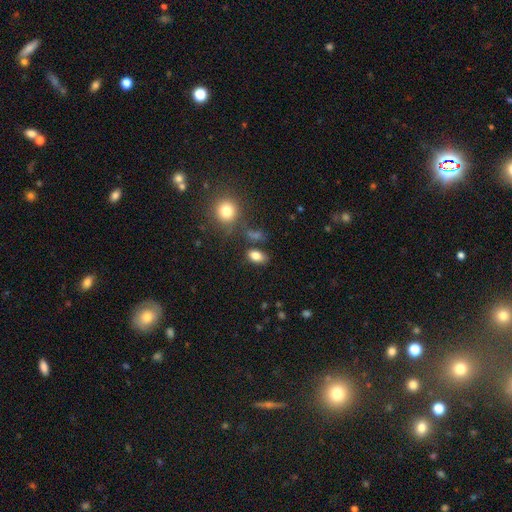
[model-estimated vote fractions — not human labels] The model was most divided on "merging": none: 75%, minor disturbance: 13%, merger: 7%, major disturbance: 5%. More confident: how rounded — in between (87%); smooth or featured — smooth (82%).